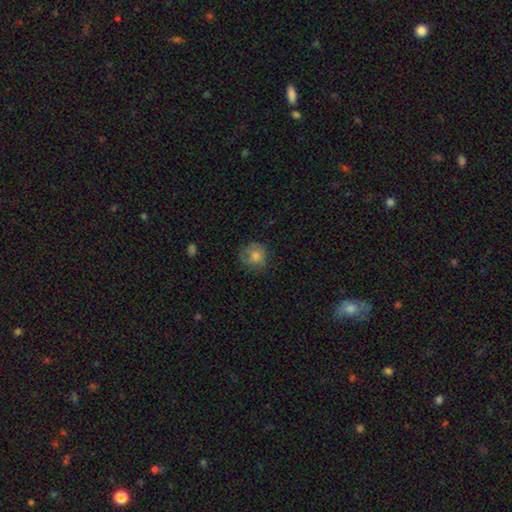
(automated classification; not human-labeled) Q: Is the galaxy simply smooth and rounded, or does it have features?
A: smooth — 70%.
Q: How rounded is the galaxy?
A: round — 85%.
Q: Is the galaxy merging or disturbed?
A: none — 69%.